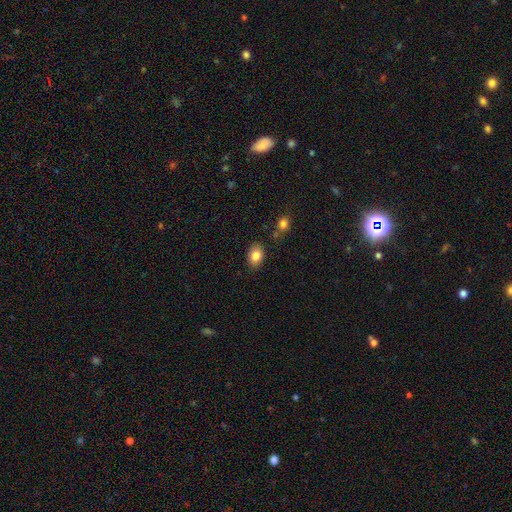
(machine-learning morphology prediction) A smooth galaxy with no disk features (85%) that is in between round and cigar-shaped (79%).

Vote fractions:
- Smooth or featured? smooth: 85% / star or artifact: 8% / featured or disk: 7%
- How rounded? in between: 79% / round: 20% / cigar-shaped: 1%
- Merging? none: 82% / minor disturbance: 12% / merger: 4% / major disturbance: 3%